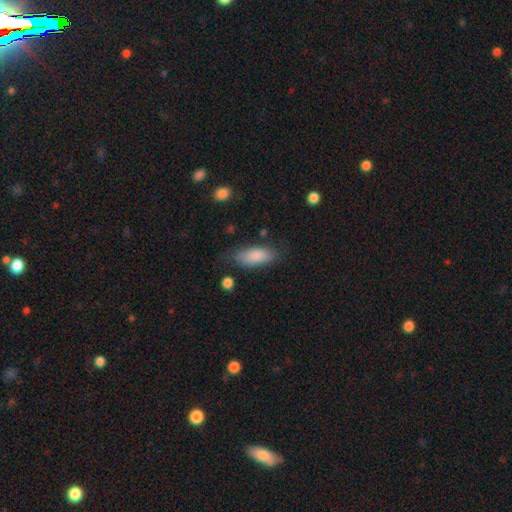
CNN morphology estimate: Smooth or featured?
  - smooth: 85% *
  - featured or disk: 9%
  - star or artifact: 6%
How rounded?
  - in between: 83% *
  - cigar-shaped: 15%
  - round: 2%
Merging?
  - none: 71% *
  - minor disturbance: 20%
  - major disturbance: 6%
  - merger: 3%